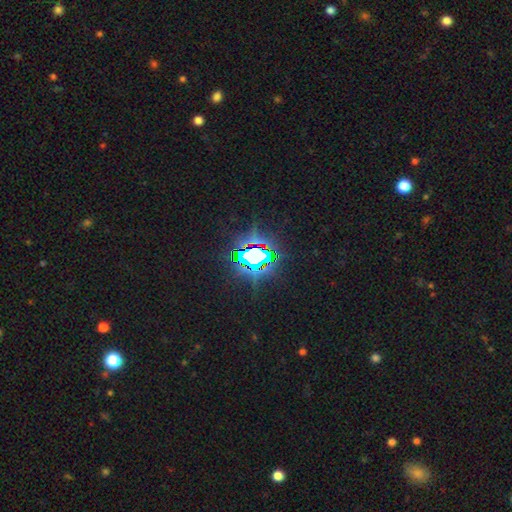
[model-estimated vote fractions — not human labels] A star or artifact, not a galaxy (76%).

Vote fractions:
- Smooth or featured? star or artifact: 76% / smooth: 13% / featured or disk: 11%